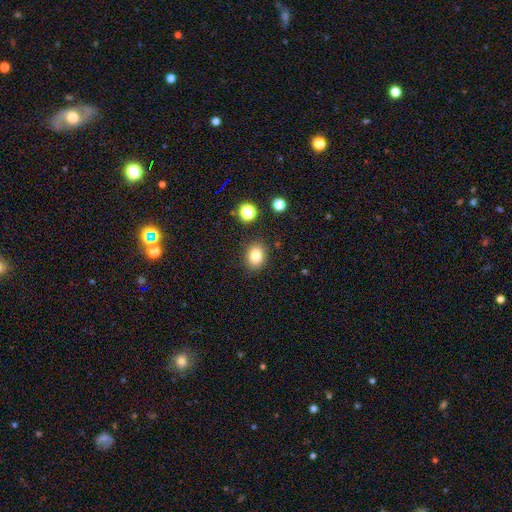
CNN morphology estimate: Smooth or featured? smooth (81%)
How rounded? round (52%)
Merging? none (86%)